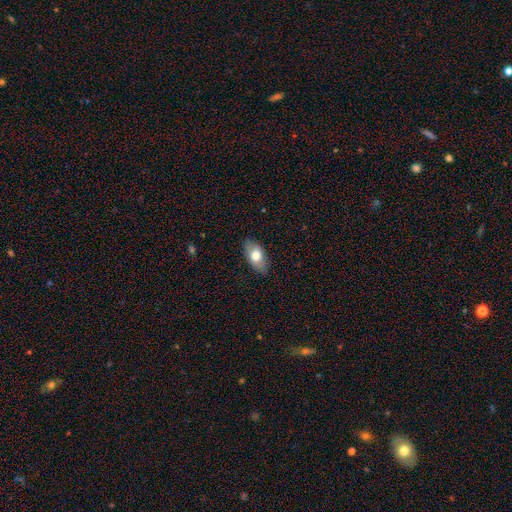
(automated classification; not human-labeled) Overall: smooth (72%). How rounded: in between (91%). Merging: none (84%).